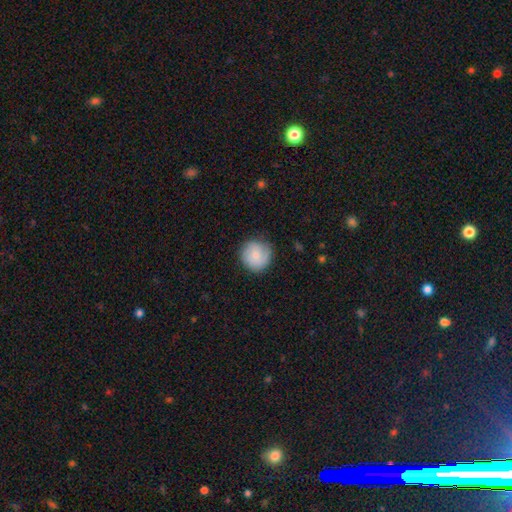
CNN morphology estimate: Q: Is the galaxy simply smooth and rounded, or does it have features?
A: smooth — 74%.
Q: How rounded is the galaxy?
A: round — 94%.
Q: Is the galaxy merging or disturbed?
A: none — 82%.